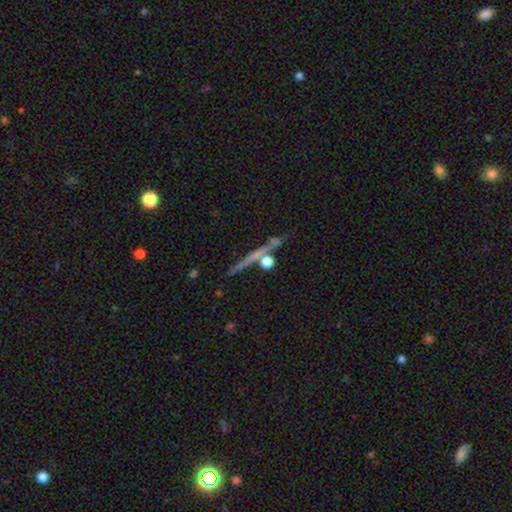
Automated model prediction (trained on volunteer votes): Morphology: type=featured or disk (52%); edge-on=yes (93%); merging=none (77%).